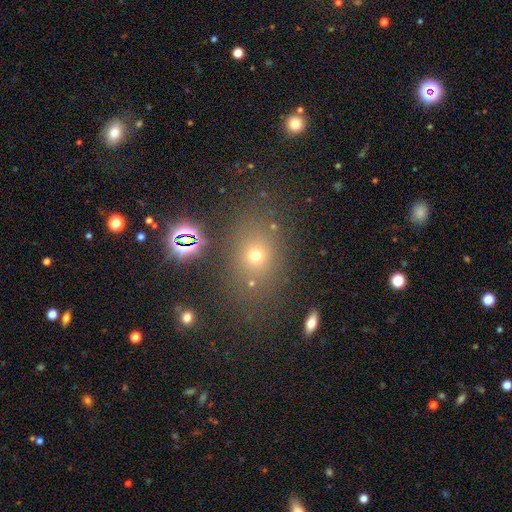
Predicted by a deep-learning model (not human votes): A smooth galaxy with no disk features (64%) that is in between round and cigar-shaped (49%, tied with round).

Vote fractions:
- Smooth or featured? smooth: 64% / star or artifact: 24% / featured or disk: 11%
- How rounded? in between: 49% (tied) / round: 49% (tied) / cigar-shaped: 2%
- Merging? none: 73% / minor disturbance: 12% / merger: 7% / major disturbance: 7%